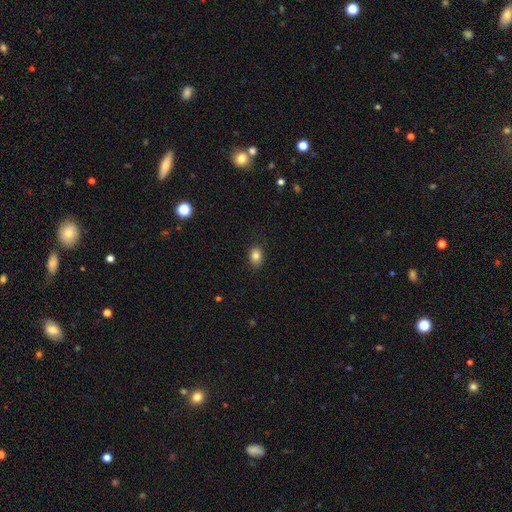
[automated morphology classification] smooth_or_featured: smooth (p=0.84) [alt: star or artifact p=0.10]
how_rounded: in between (p=0.66) [alt: round p=0.33]
merging: none (p=0.85) [alt: minor disturbance p=0.11]